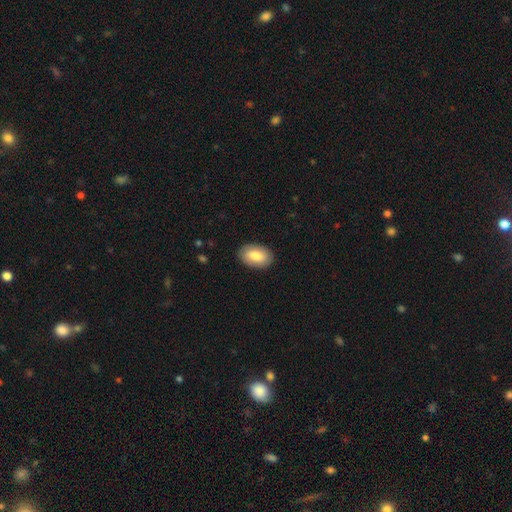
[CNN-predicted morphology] Smooth or featured? Predicted: smooth (p=0.80). How rounded? Predicted: in between (p=0.92). Merging? Predicted: none (p=0.88).